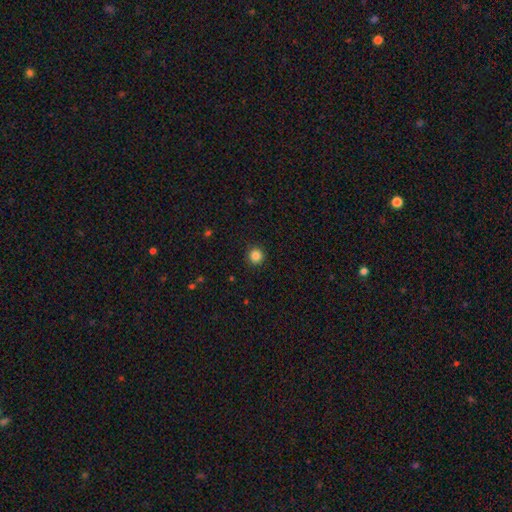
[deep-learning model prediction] A smooth galaxy with no disk features (85%) that is round (95%). Merging: none (92%).